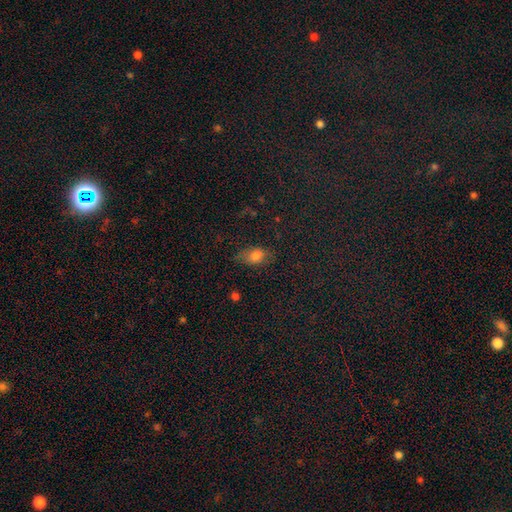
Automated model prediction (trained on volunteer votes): This appears to be a smooth galaxy with no disk features (76%) that is in between round and cigar-shaped (82%). Merging: none (68%).